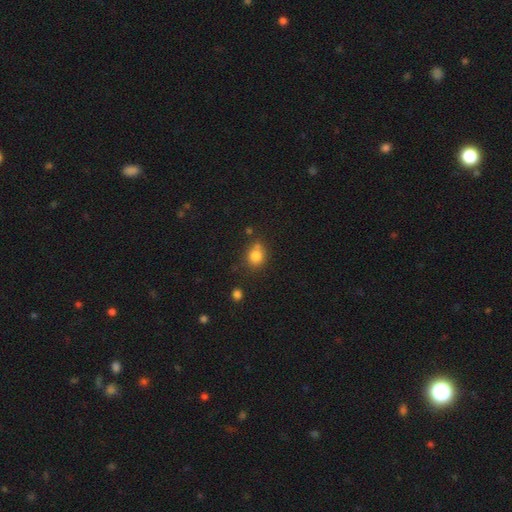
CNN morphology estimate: Q: Smooth or featured?
A: smooth (81%); runner-up: star or artifact (12%)
Q: How rounded?
A: round (72%); runner-up: in between (27%)
Q: Merging?
A: none (61%); runner-up: minor disturbance (19%)